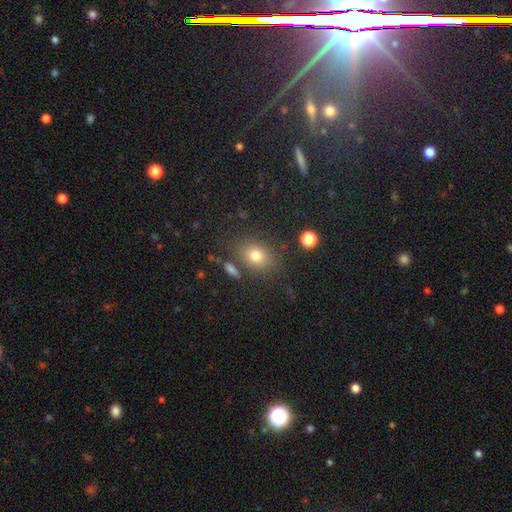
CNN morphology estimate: This appears to be a smooth galaxy with no disk features (77%) that is in between round and cigar-shaped (54%). Merging: none (75%).